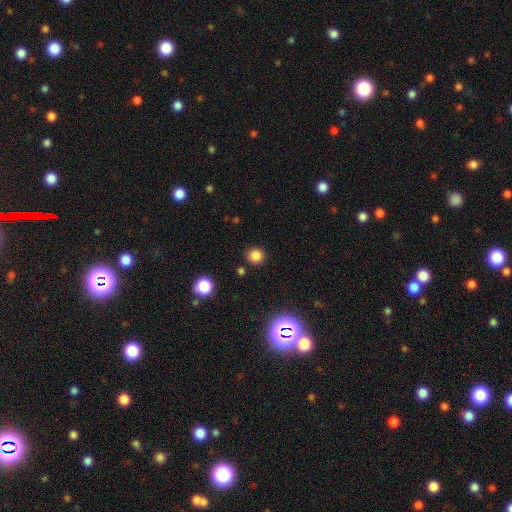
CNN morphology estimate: This appears to be a smooth galaxy with no disk features (81%) that is round (92%). Merging: none (88%).